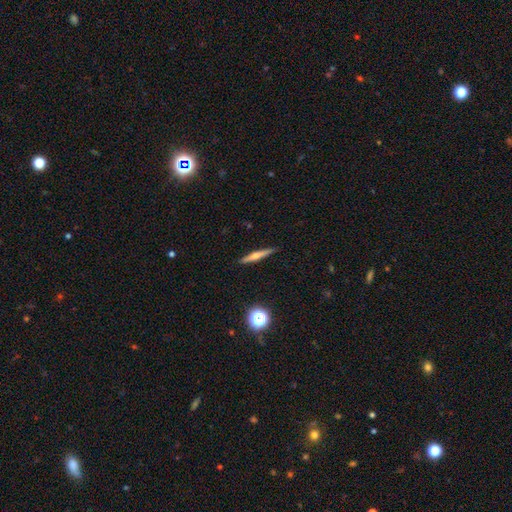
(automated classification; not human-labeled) This appears to be a featured or disk galaxy (57%) viewed edge-on (97%) with a rounded central bulge (86%). Merging: none (90%).